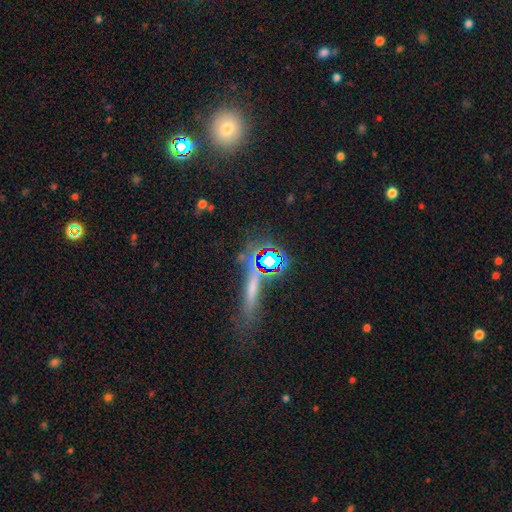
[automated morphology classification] smooth-or-featured: star or artifact: 36% | featured or disk: 32% | smooth: 31%